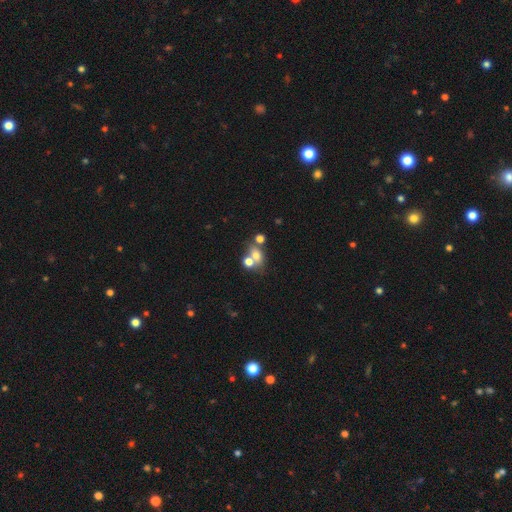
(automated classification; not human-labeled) Smooth or featured? smooth (67%)
How rounded? in between (54%)
Merging? merger (48%)